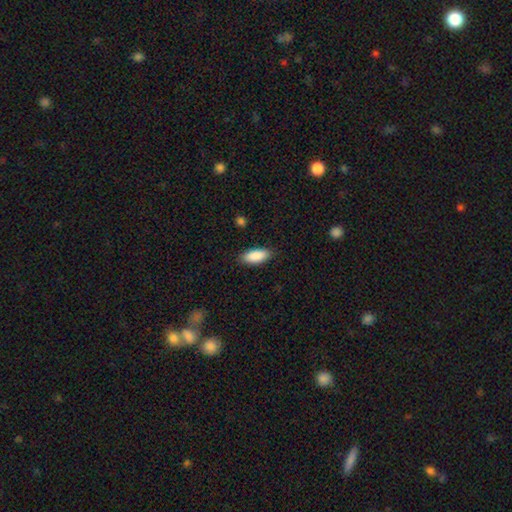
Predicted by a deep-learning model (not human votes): The model was most divided on "how rounded": in between: 82%, cigar-shaped: 16%, round: 2%. More confident: smooth or featured — smooth (90%); merging — none (87%).